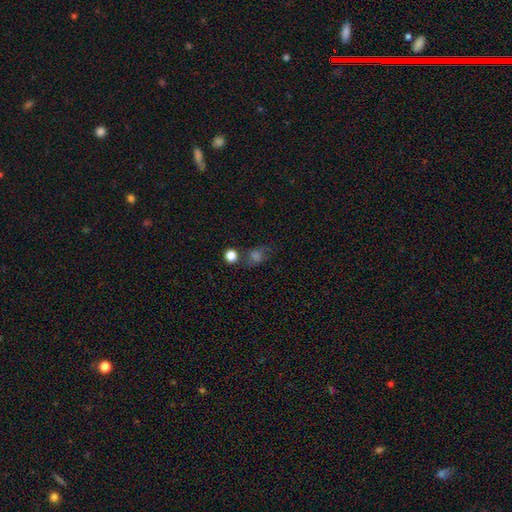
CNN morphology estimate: This appears to be a smooth galaxy with no disk features (52%) that is round (51%). Merging: none (59%).